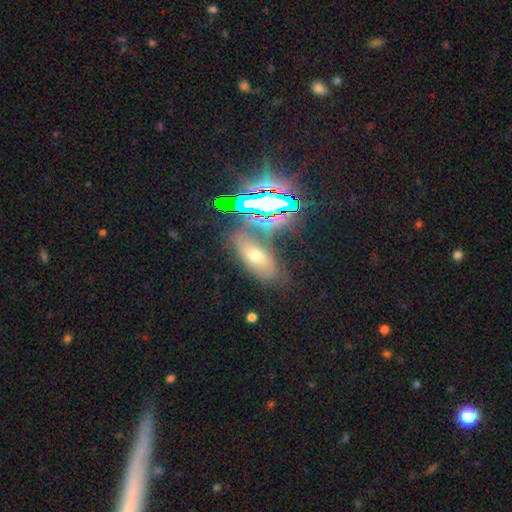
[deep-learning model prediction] A smooth galaxy with no disk features (45%). Merging: none (69%).